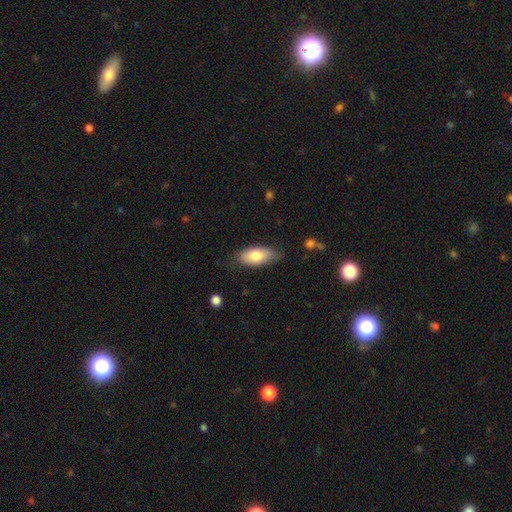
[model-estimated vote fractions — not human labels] A smooth galaxy with no disk features (77%) that is in between round and cigar-shaped (89%). Merging: none (73%).